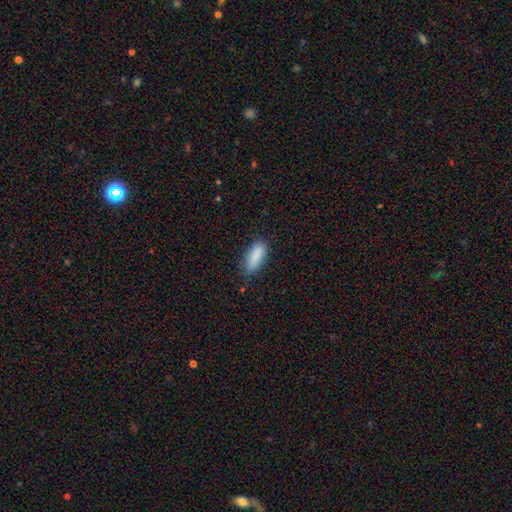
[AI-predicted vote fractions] Smooth or featured? smooth (88%)
How rounded? in between (78%)
Merging? none (76%)